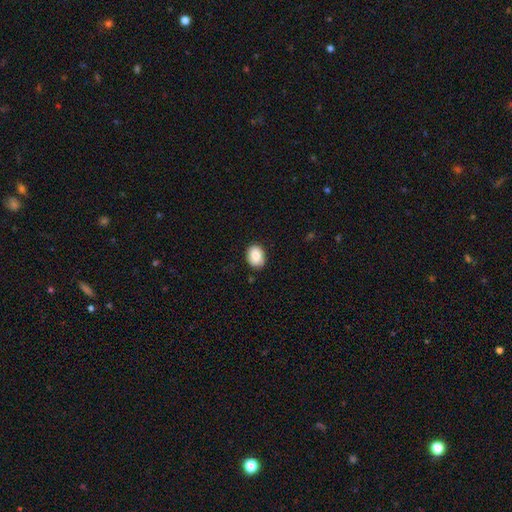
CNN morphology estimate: Smooth or featured: smooth — 82% (featured or disk — 11%)
How rounded: in between — 65% (round — 34%)
Merging: none — 84% (minor disturbance — 13%)